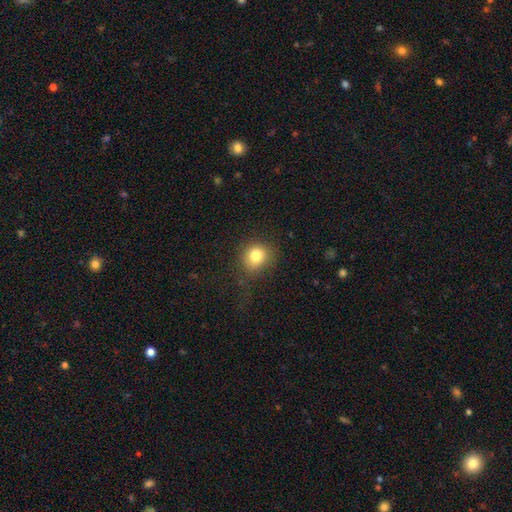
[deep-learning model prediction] smooth-or-featured: smooth: 79% | star or artifact: 12% | featured or disk: 9%
  how-rounded: round: 79% | in between: 20% | cigar-shaped: 1%
  merging: none: 74% | minor disturbance: 16% | major disturbance: 8% | merger: 1%